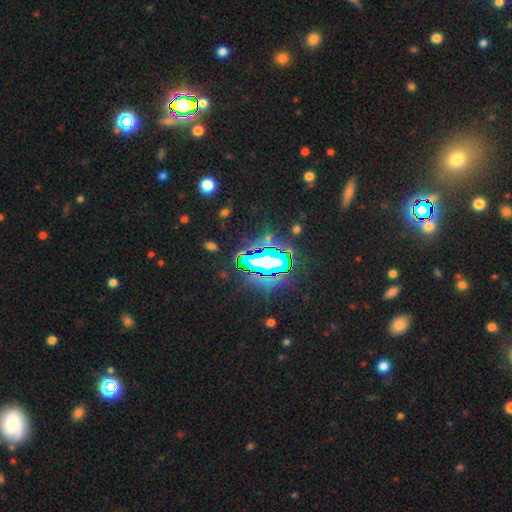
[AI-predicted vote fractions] A star or artifact, not a galaxy (83%).